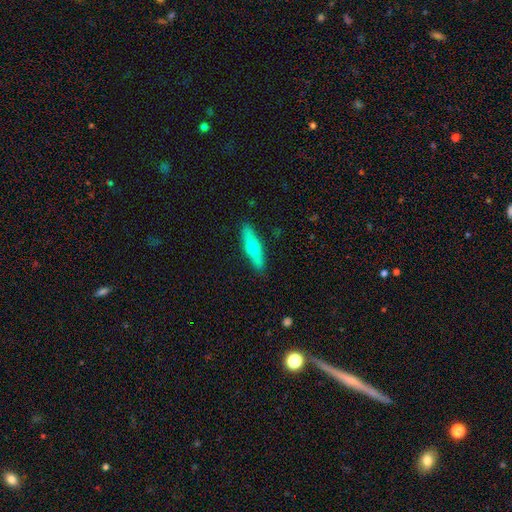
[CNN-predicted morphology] The model was most divided on "smooth or featured": smooth: 51%, featured or disk: 43%, star or artifact: 6%. More confident: merging — none (89%); how rounded — cigar-shaped (75%).